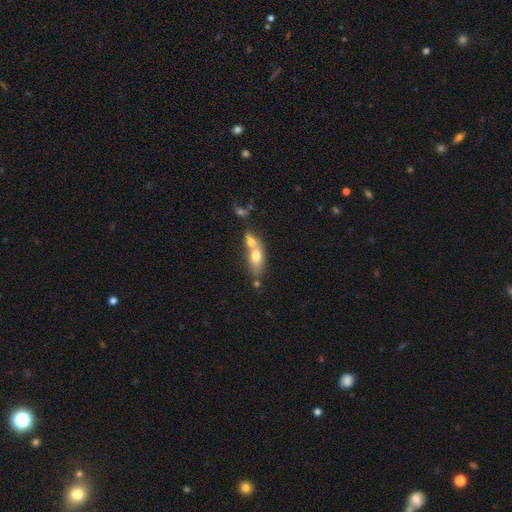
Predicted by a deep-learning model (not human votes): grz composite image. It shows a smooth galaxy with no disk features (66%) that is in between round and cigar-shaped (67%). Merging: merger (63%).